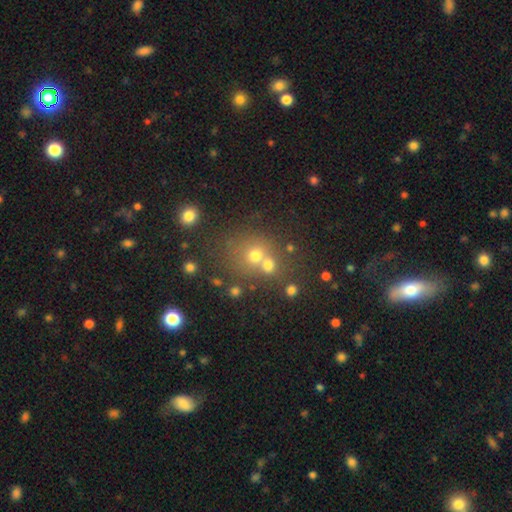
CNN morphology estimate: smooth_or_featured: smooth (p=0.63) [alt: star or artifact p=0.22]
how_rounded: round (p=0.82) [alt: in between p=0.17]
merging: none (p=0.49) [alt: merger p=0.38]